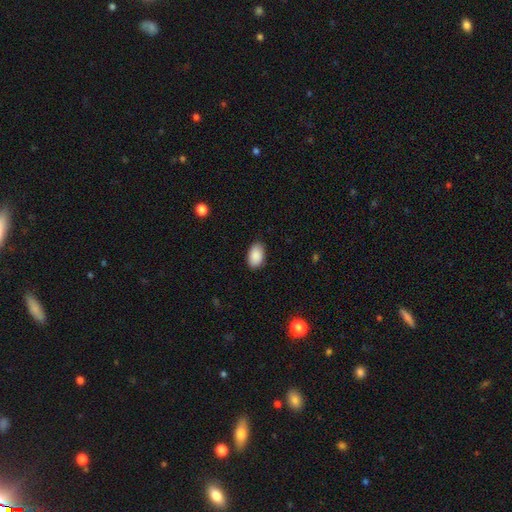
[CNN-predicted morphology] The model was most divided on "merging": none: 86%, minor disturbance: 11%, major disturbance: 2%, merger: 1%. More confident: how rounded — in between (92%); smooth or featured — smooth (90%).